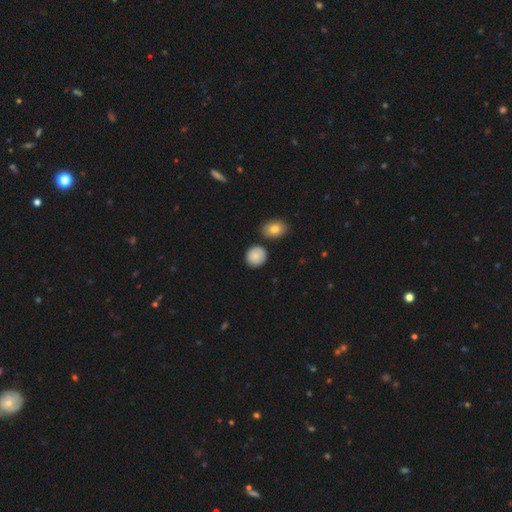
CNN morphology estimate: smooth_or_featured: smooth (p=0.85) [alt: featured or disk p=0.08]
how_rounded: round (p=0.84) [alt: in between p=0.15]
merging: none (p=0.82) [alt: minor disturbance p=0.11]